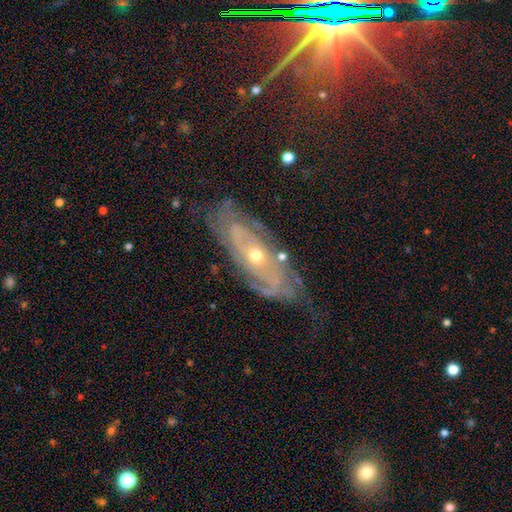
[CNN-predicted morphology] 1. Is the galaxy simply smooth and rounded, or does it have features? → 83% featured or disk, 9% smooth, 8% star or artifact.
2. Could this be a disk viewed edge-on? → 84% no, 16% yes.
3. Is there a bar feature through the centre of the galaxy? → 72% no, 21% weak, 7% strong.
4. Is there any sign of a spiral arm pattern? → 89% yes, 11% no.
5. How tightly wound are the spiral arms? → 68% tight, 24% medium, 8% loose.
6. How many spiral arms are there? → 47% can't tell, 29% 2, 9% 3, 5% 4, 4% 1, 4% more than 4.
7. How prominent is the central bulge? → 51% small, 46% moderate, 1% large, 1% none, 1% dominant.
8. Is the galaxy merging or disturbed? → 65% none, 23% minor disturbance, 9% major disturbance, 2% merger.